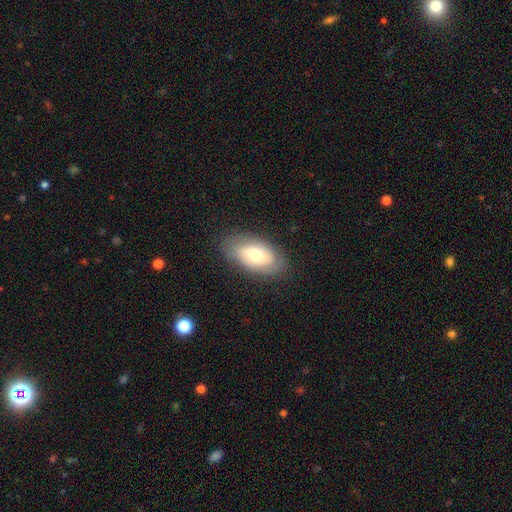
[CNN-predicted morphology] A smooth galaxy with no disk features (53%) that is in between round and cigar-shaped (92%).

Vote fractions:
- Smooth or featured? smooth: 53% / featured or disk: 40% / star or artifact: 7%
- How rounded? in between: 92% / round: 5% / cigar-shaped: 3%
- Merging? none: 81% / minor disturbance: 14% / major disturbance: 4% / merger: 1%